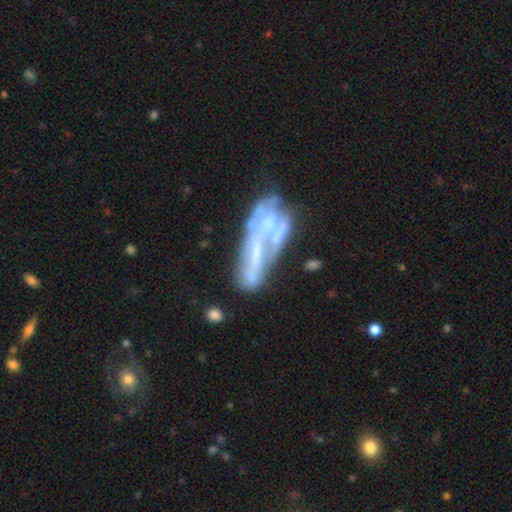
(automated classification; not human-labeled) featured or disk 62%, smooth 28%, star or artifact 10%. Down the decision tree: edge-on disk — no (89%); bar — no (67%); spiral arms — no (74%); bulge size — none (44%); merging — none (29%).